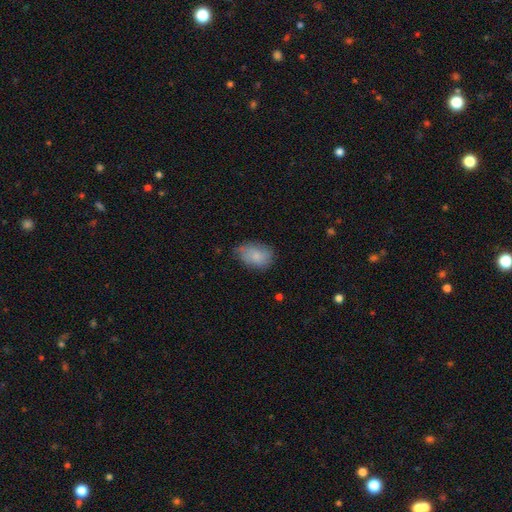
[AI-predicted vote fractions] A smooth galaxy with no disk features (79%) that is in between round and cigar-shaped (80%). Merging: none (61%).